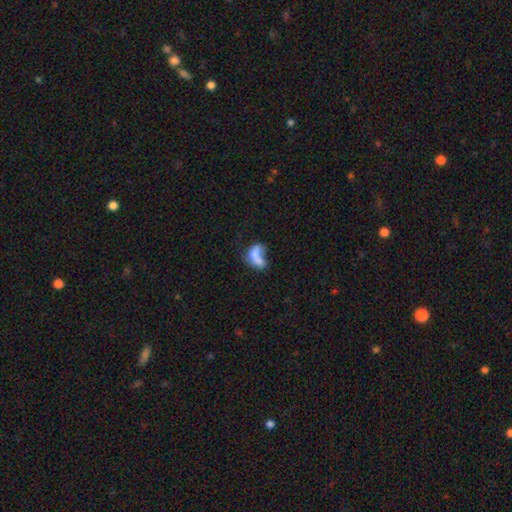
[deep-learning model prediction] Smooth or featured?
  - smooth: 61% *
  - featured or disk: 28%
  - star or artifact: 11%
How rounded?
  - in between: 76% *
  - round: 15%
  - cigar-shaped: 9%
Merging?
  - merger: 49% *
  - none: 20%
  - major disturbance: 19%
  - minor disturbance: 11%